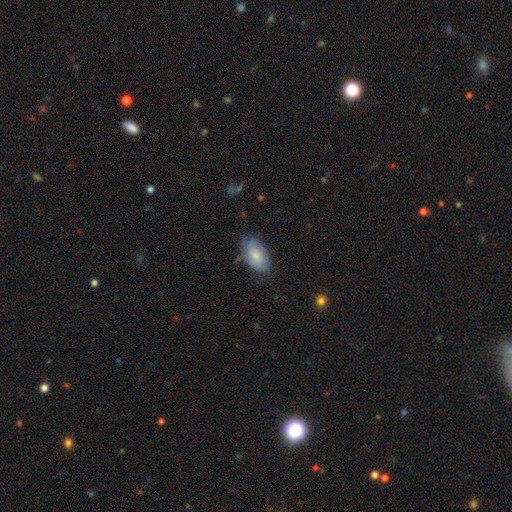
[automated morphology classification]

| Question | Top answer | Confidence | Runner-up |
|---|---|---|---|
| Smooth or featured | smooth | 71% | featured or disk (22%) |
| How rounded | in between | 93% | round (5%) |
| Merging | none | 62% | minor disturbance (29%) |